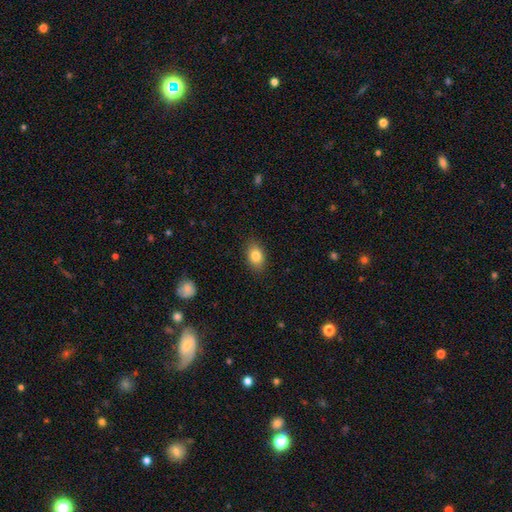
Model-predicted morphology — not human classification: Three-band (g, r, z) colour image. It shows a smooth galaxy with no disk features (83%) that is in between round and cigar-shaped (82%). Merging: none (87%).